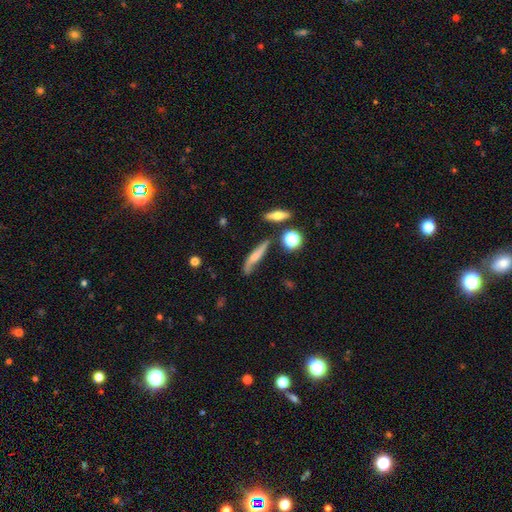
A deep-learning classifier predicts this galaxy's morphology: Overall: smooth (46%; featured or disk 44%). Merging: none (56%; minor disturbance 26%).